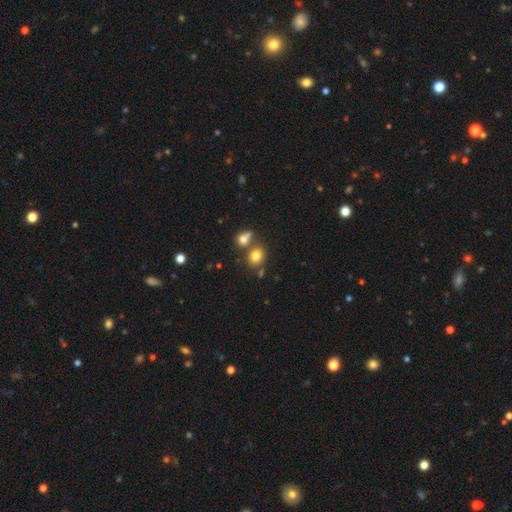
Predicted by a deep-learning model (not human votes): Smooth or featured? Predicted: smooth (p=0.79). How rounded? Predicted: round (p=0.67). Merging? Predicted: none (p=0.59).